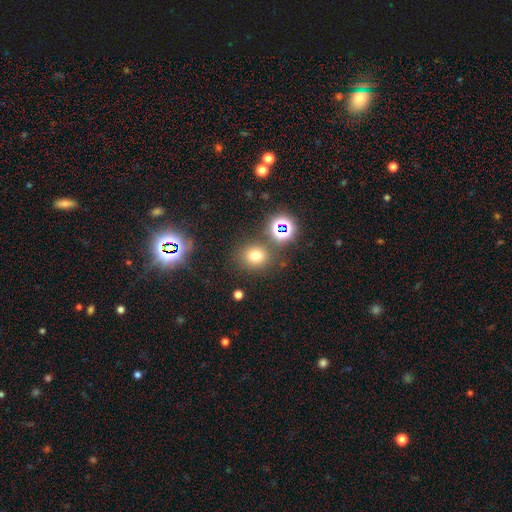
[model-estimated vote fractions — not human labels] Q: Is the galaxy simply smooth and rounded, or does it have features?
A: smooth — 68%.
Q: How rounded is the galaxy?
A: round — 78%.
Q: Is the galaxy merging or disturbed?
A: none — 76%.